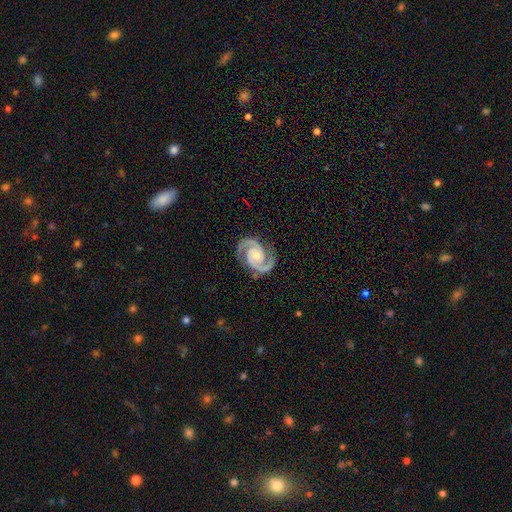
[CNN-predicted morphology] type=featured or disk (94%); edge-on=no (98%); bar=no (67%); spiral arms=yes (99%); winding=medium (50%); arm count=2 (94%); bulge=small (55%); merging=none (85%).